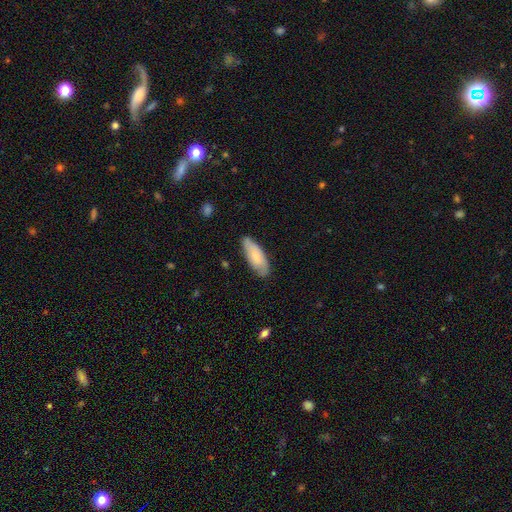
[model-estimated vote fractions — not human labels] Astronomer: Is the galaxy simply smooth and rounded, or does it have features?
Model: smooth — 74%.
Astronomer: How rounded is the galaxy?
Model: in between — 73%.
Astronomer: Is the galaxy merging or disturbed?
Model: none — 77%.